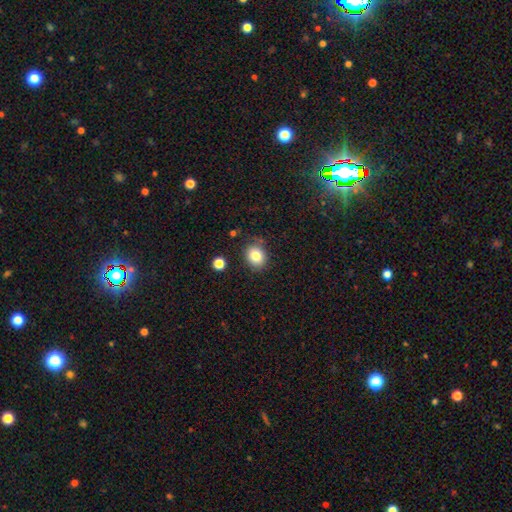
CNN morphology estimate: Overall: smooth (82%). How rounded: round (59%; in between 40%). Merging: none (80%).